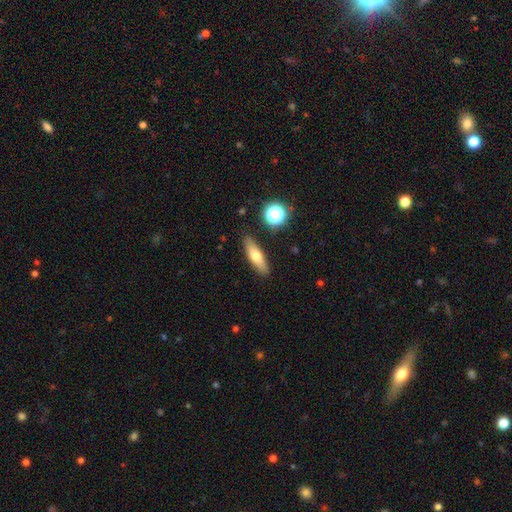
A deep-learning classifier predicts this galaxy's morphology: smooth 65%, featured or disk 27%, star or artifact 8%. Down the decision tree: how rounded — cigar-shaped (60%); merging — none (87%).